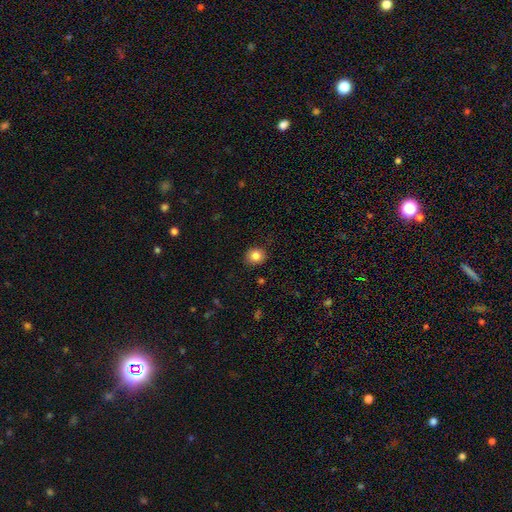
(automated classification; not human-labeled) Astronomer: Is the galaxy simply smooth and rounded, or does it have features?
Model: smooth — 84%.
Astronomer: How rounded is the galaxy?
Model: round — 82%.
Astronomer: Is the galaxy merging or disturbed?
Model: none — 86%.